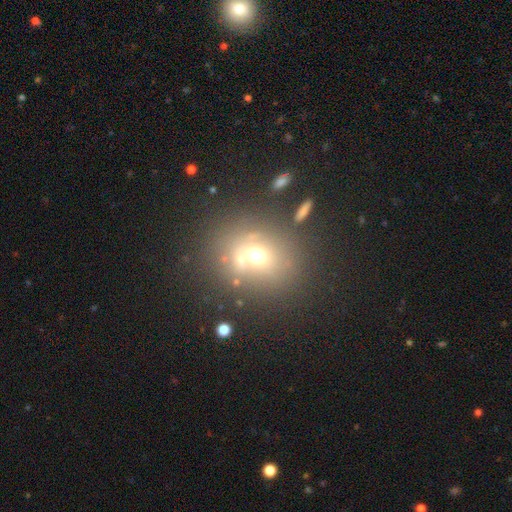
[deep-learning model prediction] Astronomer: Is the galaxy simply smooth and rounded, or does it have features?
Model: smooth — 58%.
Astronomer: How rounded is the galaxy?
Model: round — 69%.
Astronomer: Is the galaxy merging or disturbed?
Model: none — 60%.